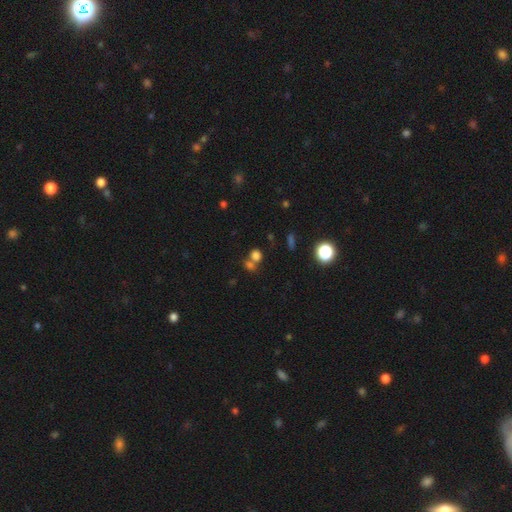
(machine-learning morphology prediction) This is likely a smooth galaxy (70%). How rounded: likely round (74%). Merging: possibly none (47%).